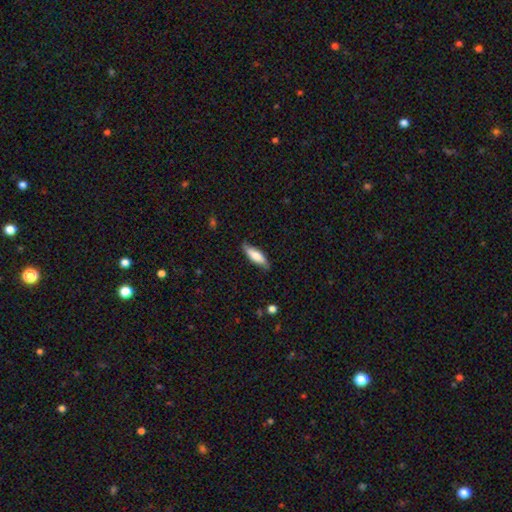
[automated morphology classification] smooth-or-featured: smooth: 69% | featured or disk: 25% | star or artifact: 6%
  how-rounded: in between: 52% | cigar-shaped: 46% | round: 2%
  merging: none: 76% | minor disturbance: 19% | major disturbance: 3% | merger: 1%